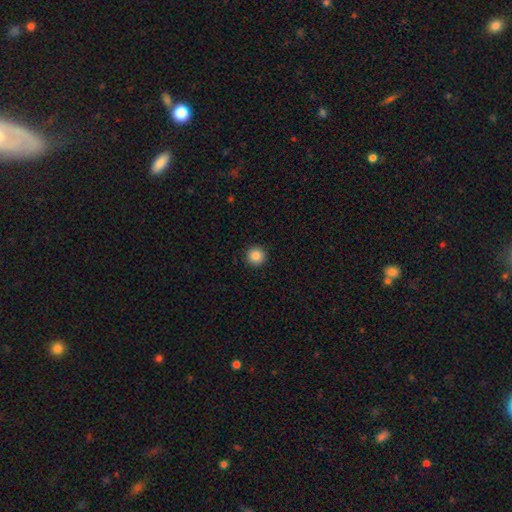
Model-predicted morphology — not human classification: Q: Smooth or featured?
A: smooth (86%); runner-up: star or artifact (10%)
Q: How rounded?
A: round (96%); runner-up: in between (3%)
Q: Merging?
A: none (93%); runner-up: minor disturbance (4%)